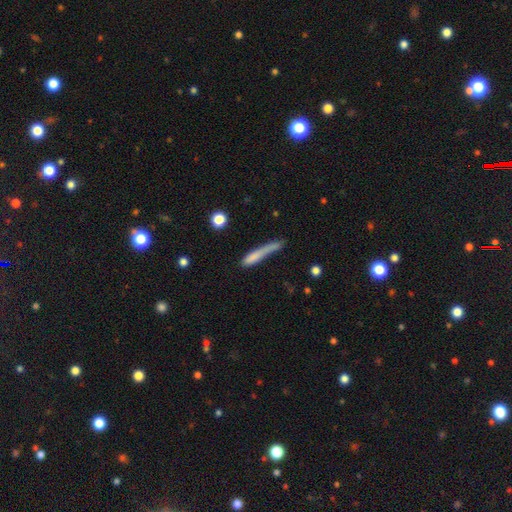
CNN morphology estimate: Smooth or featured: smooth — 71% (featured or disk — 20%)
How rounded: cigar-shaped — 91% (in between — 7%)
Merging: none — 45% (minor disturbance — 28%)